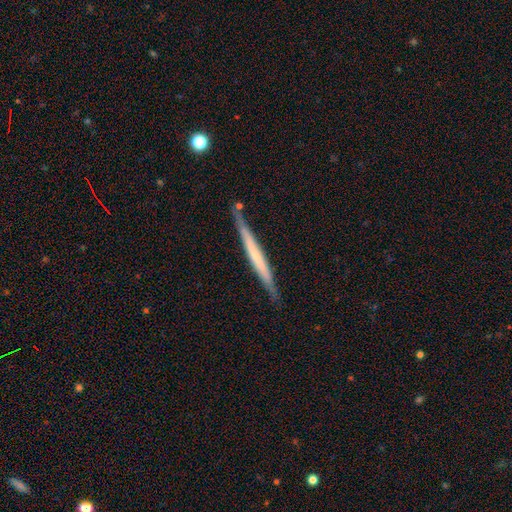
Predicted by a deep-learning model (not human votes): smooth_or_featured: featured or disk (p=0.56) [alt: smooth p=0.39]
disk_edge_on: yes (p=0.96) [alt: no p=0.04]
edge_on_bulge: none (p=0.78) [alt: rounded p=0.14]
merging: none (p=0.83) [alt: minor disturbance p=0.12]